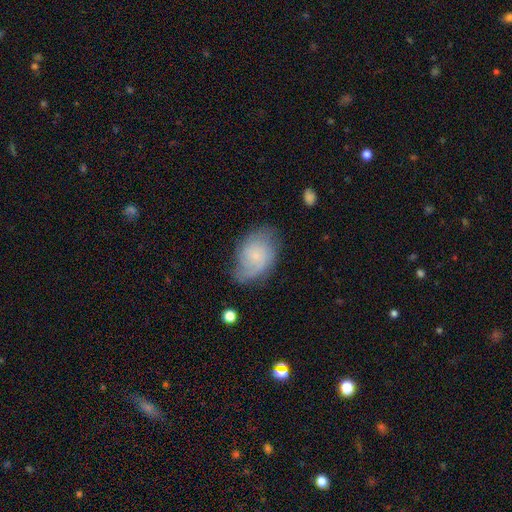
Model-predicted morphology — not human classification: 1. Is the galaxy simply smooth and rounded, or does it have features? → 54% featured or disk, 38% smooth, 9% star or artifact.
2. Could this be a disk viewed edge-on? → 96% no, 4% yes.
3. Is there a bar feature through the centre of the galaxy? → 73% no, 24% weak, 3% strong.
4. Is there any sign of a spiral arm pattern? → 85% yes, 15% no.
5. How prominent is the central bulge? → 76% small, 12% moderate, 9% none, 1% large, 1% dominant.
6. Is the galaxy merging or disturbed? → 61% none, 26% minor disturbance, 11% major disturbance, 2% merger.